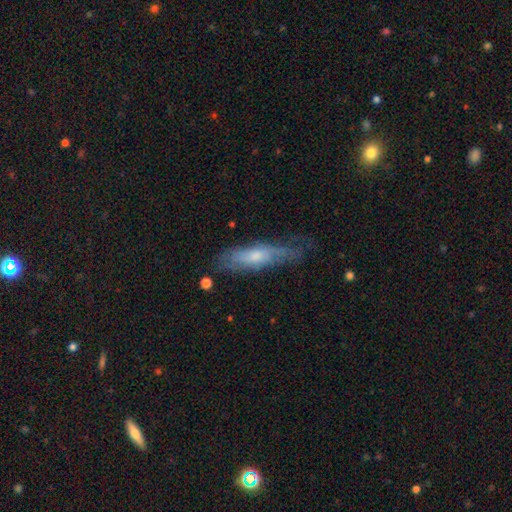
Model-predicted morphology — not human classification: smooth_or_featured: featured or disk (p=0.49) [alt: smooth p=0.44]
merging: none (p=0.55) [alt: minor disturbance p=0.30]